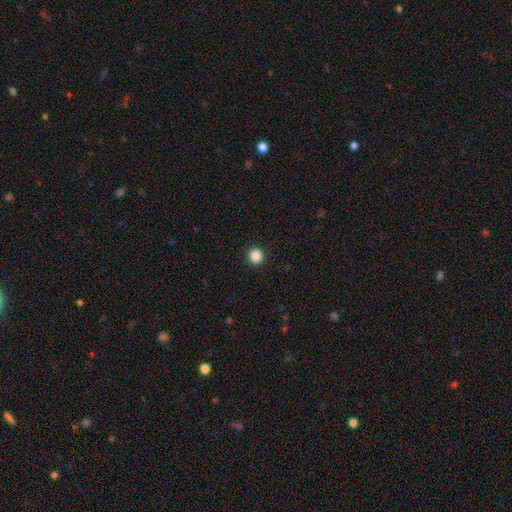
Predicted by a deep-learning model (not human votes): A smooth galaxy with no disk features (87%) that is round (89%). Merging: none (92%).